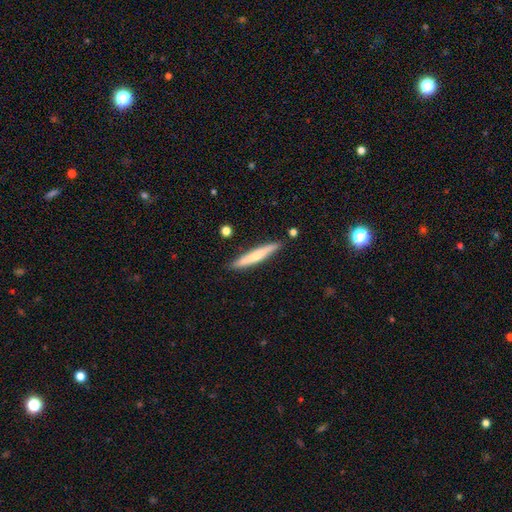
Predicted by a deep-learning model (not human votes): A smooth galaxy with no disk features (60%) that is cigar-shaped (94%). Merging: none (86%).